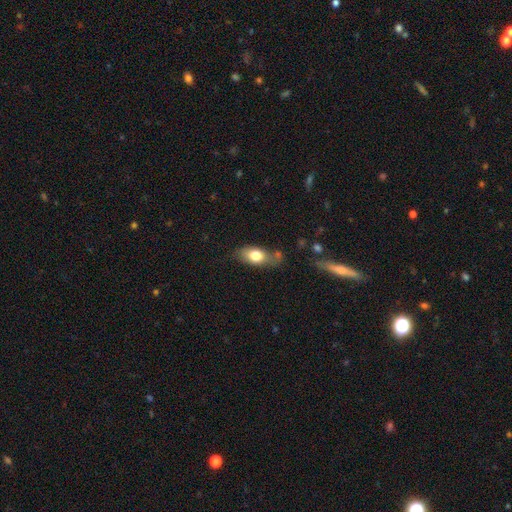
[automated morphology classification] Smooth or featured? Predicted: smooth (p=0.73). How rounded? Predicted: in between (p=0.83). Merging? Predicted: none (p=0.61).